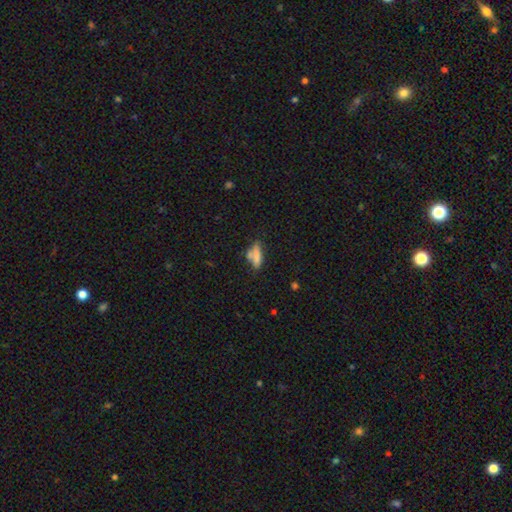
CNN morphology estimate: Q: Smooth or featured?
A: smooth (69%); runner-up: featured or disk (21%)
Q: How rounded?
A: cigar-shaped (58%); runner-up: in between (39%)
Q: Merging?
A: none (54%); runner-up: merger (20%)